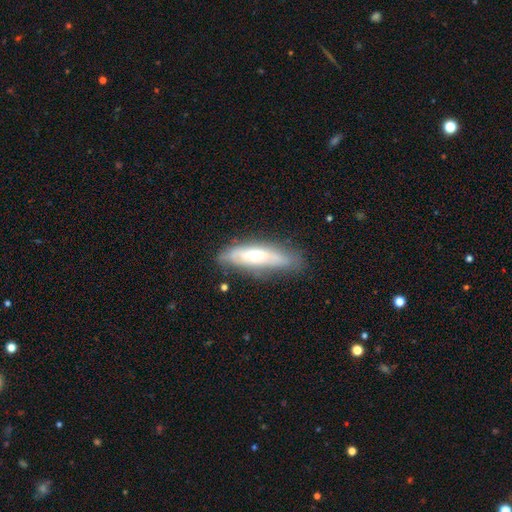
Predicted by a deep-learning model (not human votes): smooth 48%, featured or disk 45%, star or artifact 7%. Down the decision tree: merging — none (66%).